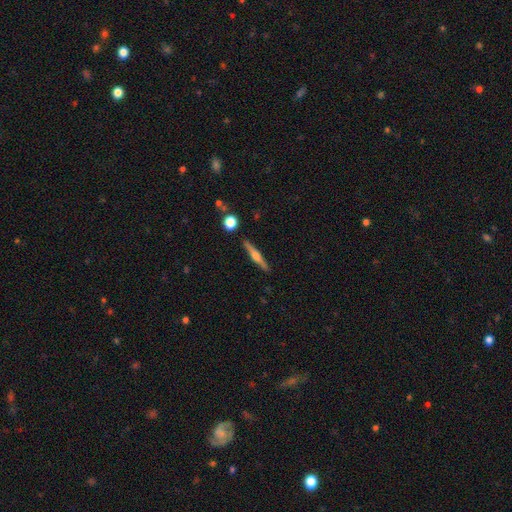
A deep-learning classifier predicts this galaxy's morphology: featured or disk 67%, smooth 27%, star or artifact 6%. Down the decision tree: edge-on disk — yes (98%); edge-on bulge — rounded (88%); merging — none (90%).